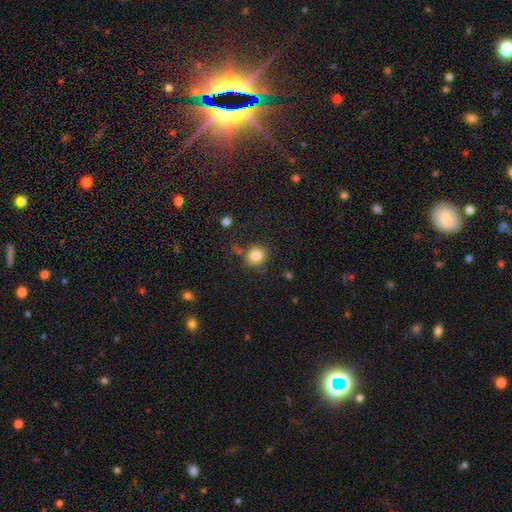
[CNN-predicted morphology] A smooth galaxy with no disk features (83%) that is round (81%). Merging: none (79%).